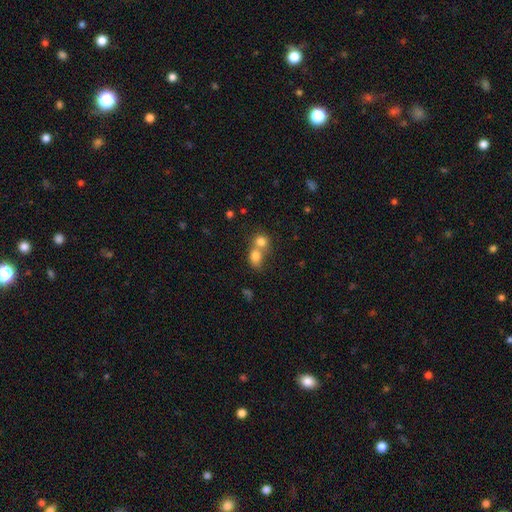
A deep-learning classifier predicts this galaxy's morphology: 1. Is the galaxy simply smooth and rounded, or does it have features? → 77% smooth, 12% featured or disk, 11% star or artifact.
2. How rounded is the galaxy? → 64% round, 35% in between, 1% cigar-shaped.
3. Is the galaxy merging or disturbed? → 62% merger, 29% none, 6% minor disturbance, 3% major disturbance.